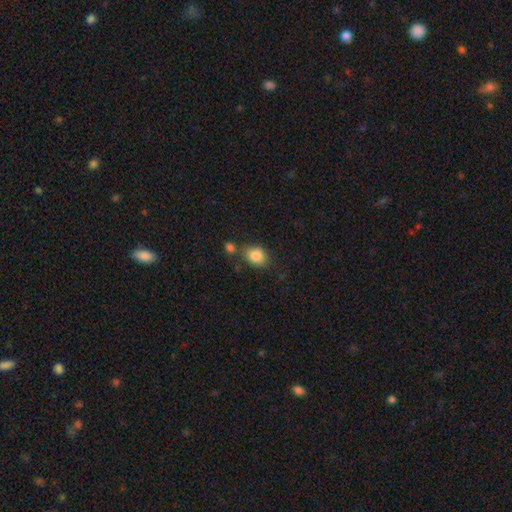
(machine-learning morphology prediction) Smooth or featured?
  - smooth: 85% *
  - star or artifact: 9%
  - featured or disk: 6%
How rounded?
  - in between: 54% *
  - round: 45%
  - cigar-shaped: 1%
Merging?
  - none: 60% *
  - merger: 19%
  - minor disturbance: 16%
  - major disturbance: 5%